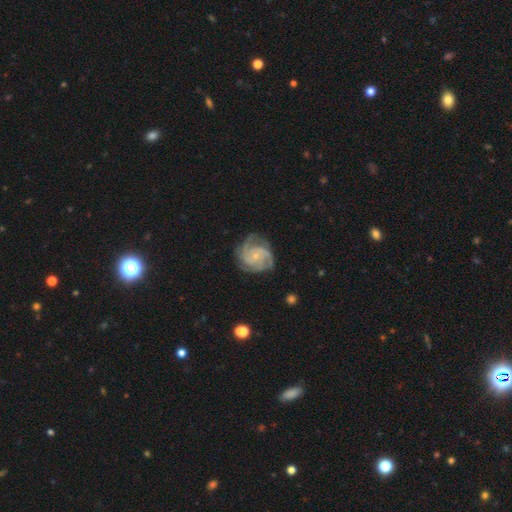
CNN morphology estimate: Overall: featured or disk (90%). Edge-on disk: no (98%). Bar: no (68%). Spiral arms: yes (98%). Spiral arm count: 3 (49%; 4 16%). Spiral winding: tight (54%; medium 40%). Bulge size: small (80%). Merging: none (76%).